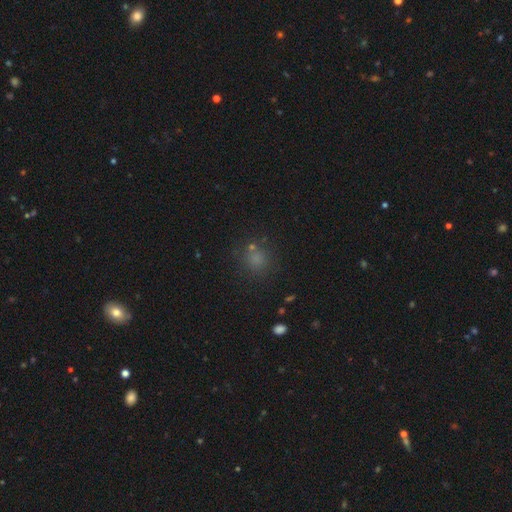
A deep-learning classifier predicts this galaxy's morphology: This appears to be a smooth galaxy with no disk features (68%) that is round (86%). Merging: none (78%).